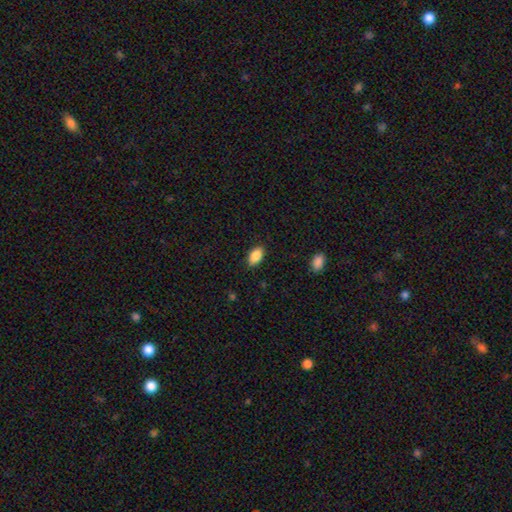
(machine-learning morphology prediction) A smooth galaxy with no disk features (88%) that is in between round and cigar-shaped (93%).

Vote fractions:
- Smooth or featured? smooth: 88% / star or artifact: 7% / featured or disk: 5%
- How rounded? in between: 93% / round: 5% / cigar-shaped: 2%
- Merging? none: 87% / minor disturbance: 10% / major disturbance: 2% / merger: 1%